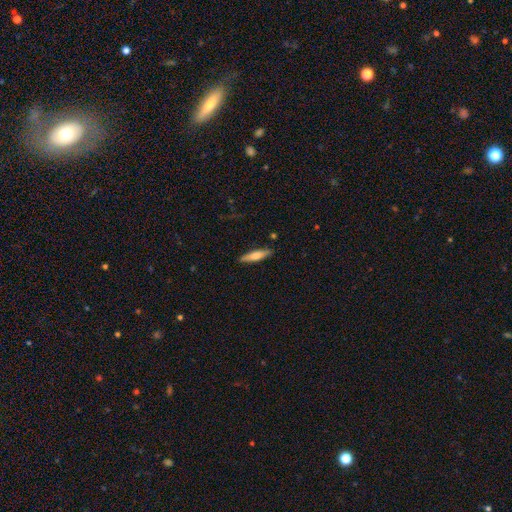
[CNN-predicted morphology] Q: Smooth or featured?
A: smooth (62%); runner-up: featured or disk (33%)
Q: How rounded?
A: cigar-shaped (80%); runner-up: in between (18%)
Q: Merging?
A: none (87%); runner-up: minor disturbance (9%)